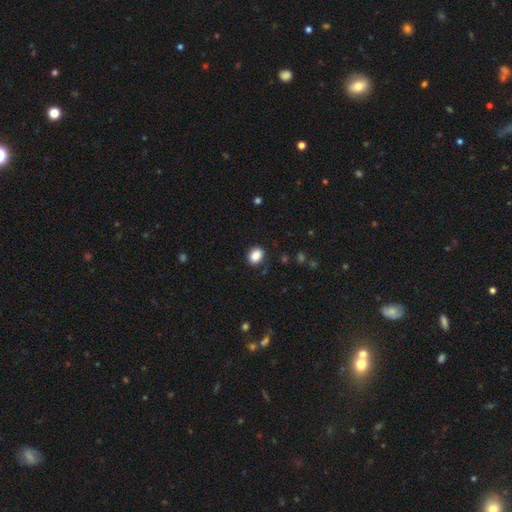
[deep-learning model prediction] Q: Smooth or featured?
A: smooth (88%); runner-up: star or artifact (8%)
Q: How rounded?
A: in between (64%); runner-up: round (35%)
Q: Merging?
A: none (86%); runner-up: minor disturbance (10%)